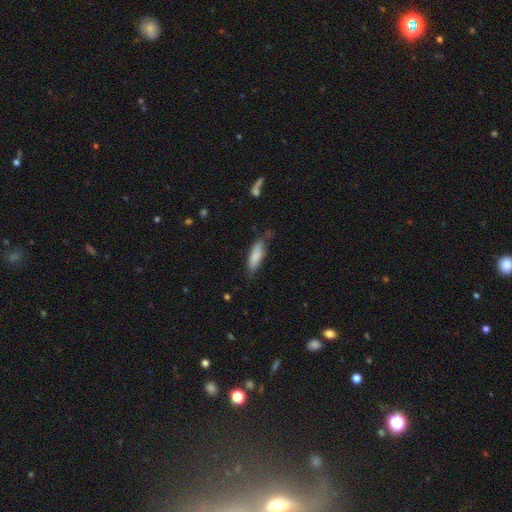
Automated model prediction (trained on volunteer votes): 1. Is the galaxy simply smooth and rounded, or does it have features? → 79% smooth, 15% featured or disk, 6% star or artifact.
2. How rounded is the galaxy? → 52% cigar-shaped, 46% in between, 2% round.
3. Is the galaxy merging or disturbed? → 62% none, 27% minor disturbance, 8% major disturbance, 3% merger.